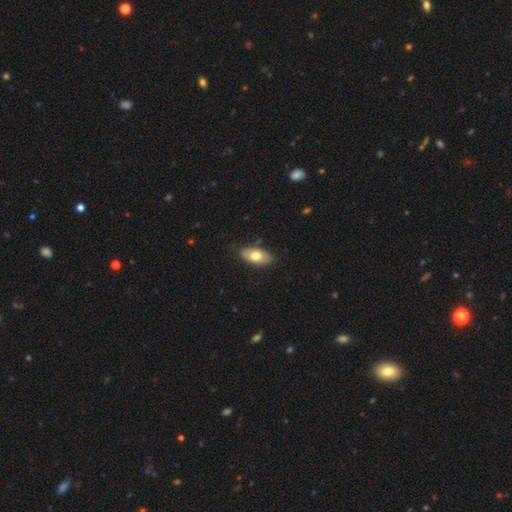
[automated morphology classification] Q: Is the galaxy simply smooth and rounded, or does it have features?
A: smooth — 68%.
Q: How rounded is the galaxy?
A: in between — 91%.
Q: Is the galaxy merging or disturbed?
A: none — 83%.